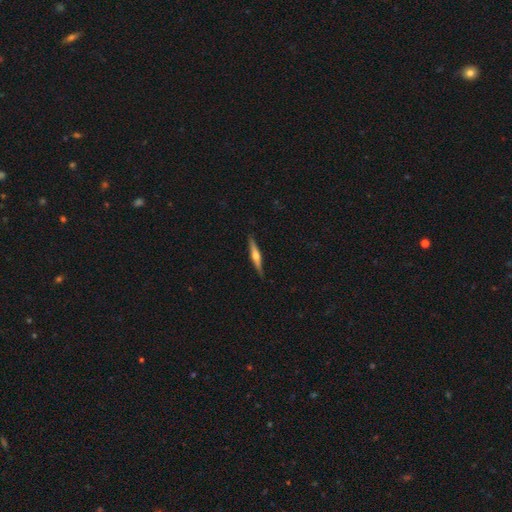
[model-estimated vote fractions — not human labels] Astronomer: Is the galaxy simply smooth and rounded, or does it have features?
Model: featured or disk — 66%.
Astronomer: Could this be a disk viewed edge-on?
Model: yes — 98%.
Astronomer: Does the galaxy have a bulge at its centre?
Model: rounded — 89%.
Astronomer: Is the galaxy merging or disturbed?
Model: none — 89%.